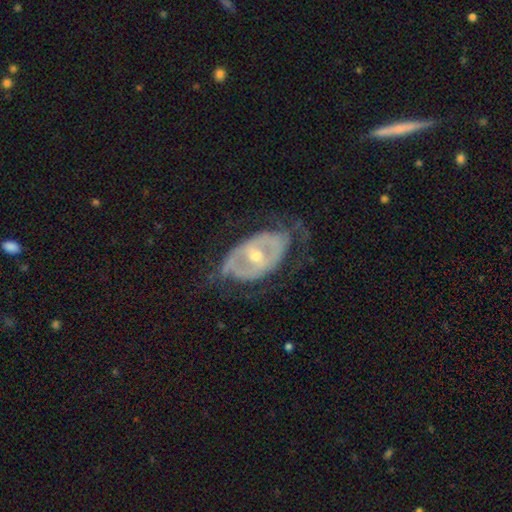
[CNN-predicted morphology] smooth-or-featured: featured or disk: 77% | smooth: 17% | star or artifact: 6%
  disk-edge-on: no: 93% | yes: 7%
    bar: weak: 35% | strong: 34% | no: 31%
    has-spiral-arms: no: 52% | yes: 48%
    bulge-size: moderate: 57% | small: 39% | large: 2% | none: 1% | dominant: 1%
  merging: none: 54% | minor disturbance: 23% | major disturbance: 21% | merger: 2%